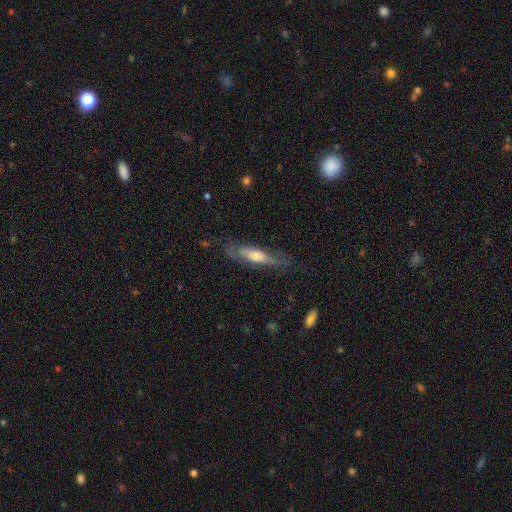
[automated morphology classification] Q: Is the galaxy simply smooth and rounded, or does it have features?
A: featured or disk — 54%.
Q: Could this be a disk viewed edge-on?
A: yes — 58%.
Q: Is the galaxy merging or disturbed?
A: none — 70%.